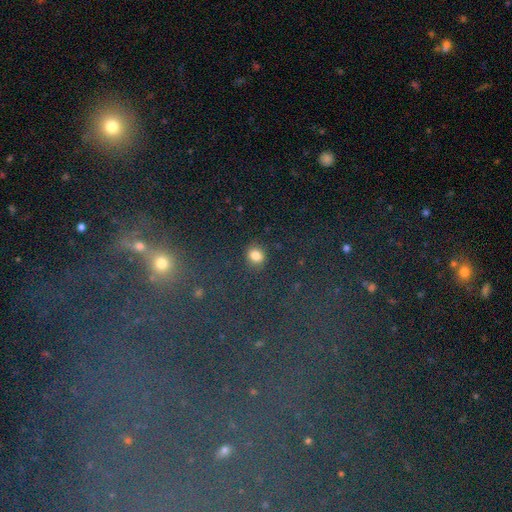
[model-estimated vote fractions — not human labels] This appears to be a smooth galaxy with no disk features (80%) that is round (73%). Merging: none (83%).